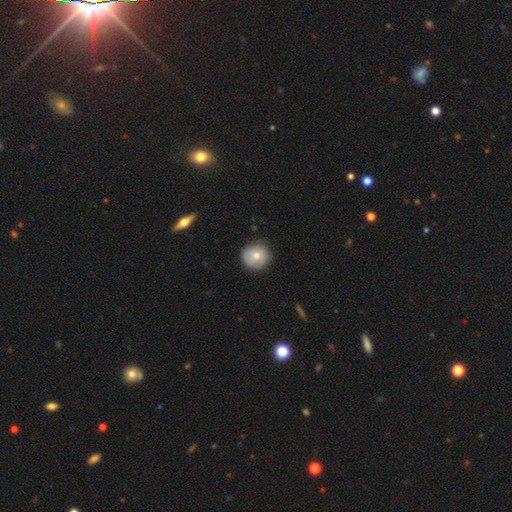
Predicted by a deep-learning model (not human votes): Q: Smooth or featured?
A: smooth (70%); runner-up: featured or disk (23%)
Q: How rounded?
A: round (93%); runner-up: in between (7%)
Q: Merging?
A: none (83%); runner-up: minor disturbance (14%)